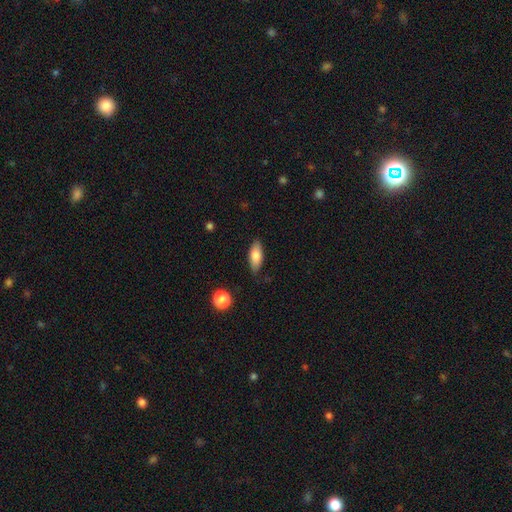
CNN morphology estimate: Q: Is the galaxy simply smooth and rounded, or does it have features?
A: smooth — 79%.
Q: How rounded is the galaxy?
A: in between — 81%.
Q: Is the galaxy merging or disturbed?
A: none — 80%.